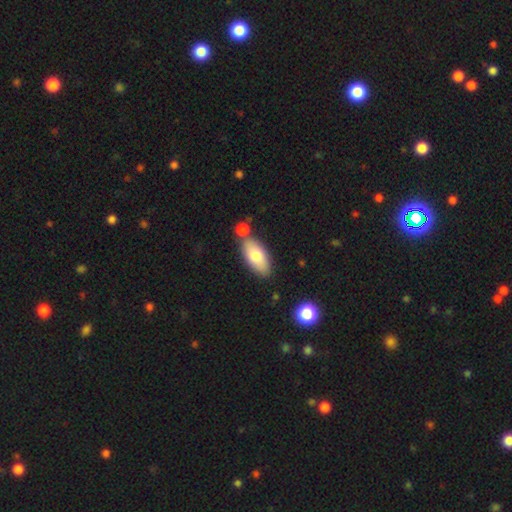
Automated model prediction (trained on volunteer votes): Smooth or featured?
  - smooth: 77% *
  - featured or disk: 17%
  - star or artifact: 6%
How rounded?
  - in between: 89% *
  - cigar-shaped: 8%
  - round: 2%
Merging?
  - none: 69% *
  - merger: 16%
  - minor disturbance: 12%
  - major disturbance: 3%